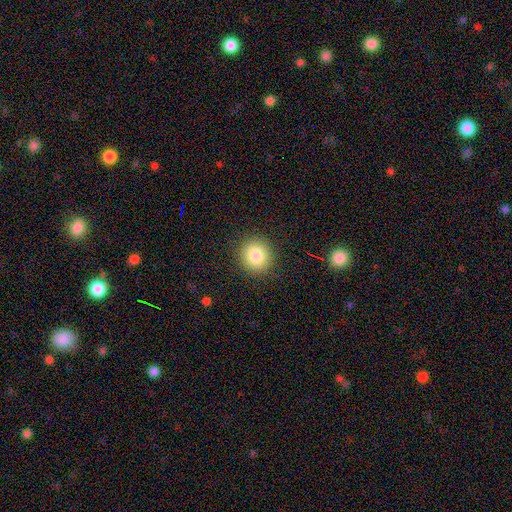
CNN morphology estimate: A smooth galaxy with no disk features (84%) that is round (91%).

Vote fractions:
- Smooth or featured? smooth: 84% / star or artifact: 10% / featured or disk: 6%
- How rounded? round: 91% / in between: 8% / cigar-shaped: 1%
- Merging? none: 90% / minor disturbance: 6% / major disturbance: 2% / merger: 1%